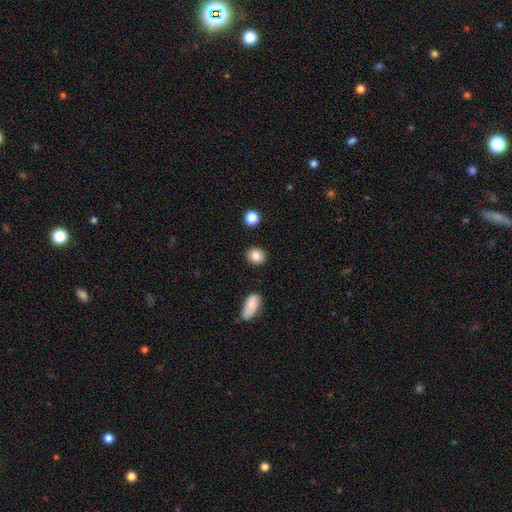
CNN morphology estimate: smooth_or_featured: smooth (p=0.86) [alt: star or artifact p=0.09]
how_rounded: round (p=0.59) [alt: in between p=0.40]
merging: none (p=0.88) [alt: minor disturbance p=0.08]